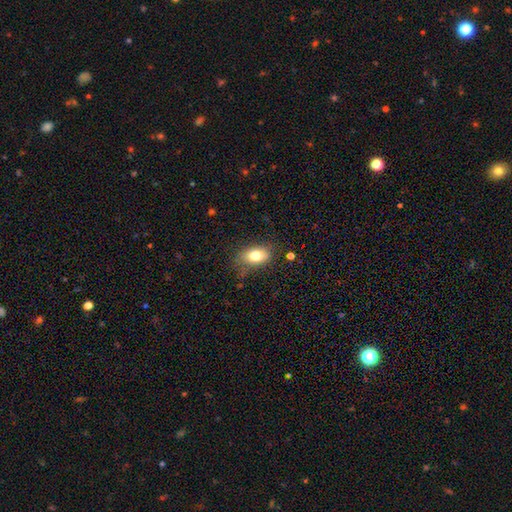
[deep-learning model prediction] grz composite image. It shows a smooth galaxy with no disk features (76%) that is in between round and cigar-shaped (86%). Merging: none (70%).